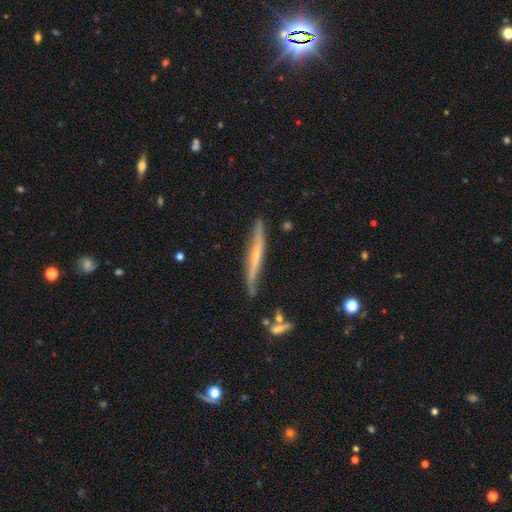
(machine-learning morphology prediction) Smooth or featured? featured or disk (59%)
Edge-on disk? yes (91%)
Edge-on bulge? none (55%)
Merging? none (76%)